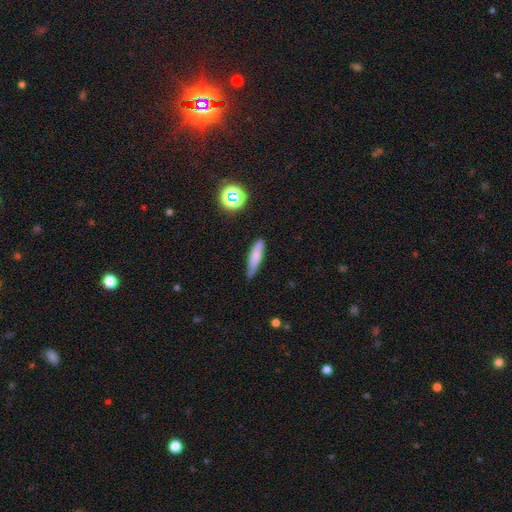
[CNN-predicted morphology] This appears to be a smooth galaxy with no disk features (72%) that is cigar-shaped (76%). Merging: none (68%).